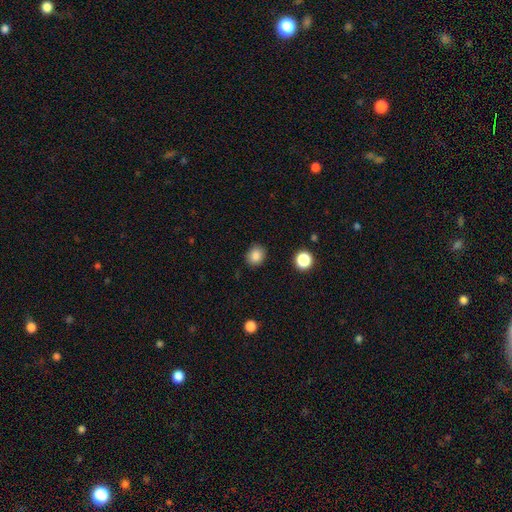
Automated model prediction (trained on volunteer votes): A smooth galaxy with no disk features (85%) that is round (65%).

Vote fractions:
- Smooth or featured? smooth: 85% / star or artifact: 10% / featured or disk: 5%
- How rounded? round: 65% / in between: 34% / cigar-shaped: 1%
- Merging? none: 87% / minor disturbance: 9% / major disturbance: 3% / merger: 1%